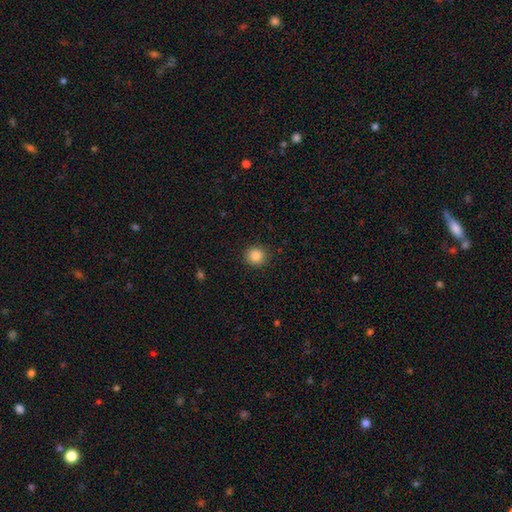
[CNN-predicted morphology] smooth-or-featured: smooth: 86% | star or artifact: 10% | featured or disk: 4%
  how-rounded: round: 92% | in between: 7% | cigar-shaped: 1%
  merging: none: 91% | minor disturbance: 6% | major disturbance: 2% | merger: 1%